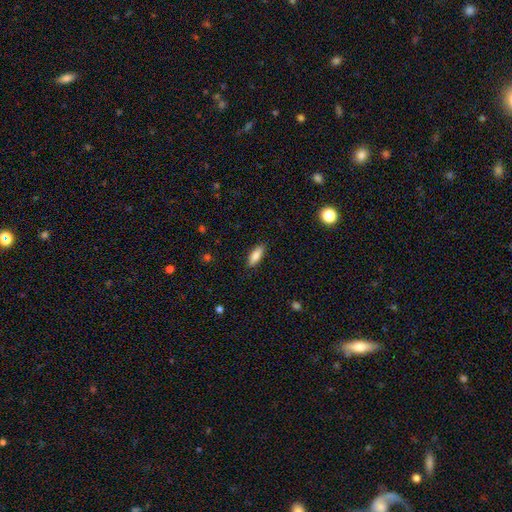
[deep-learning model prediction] smooth-or-featured: smooth: 86% | featured or disk: 7% | star or artifact: 6%
  how-rounded: in between: 71% | cigar-shaped: 27% | round: 2%
  merging: none: 88% | minor disturbance: 9% | major disturbance: 2% | merger: 1%